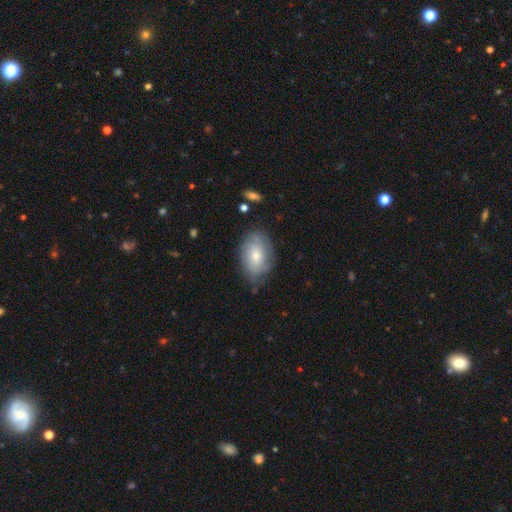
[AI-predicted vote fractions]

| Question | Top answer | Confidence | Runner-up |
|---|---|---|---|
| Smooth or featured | smooth | 52% | featured or disk (41%) |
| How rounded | in between | 85% | round (14%) |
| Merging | none | 70% | minor disturbance (21%) |